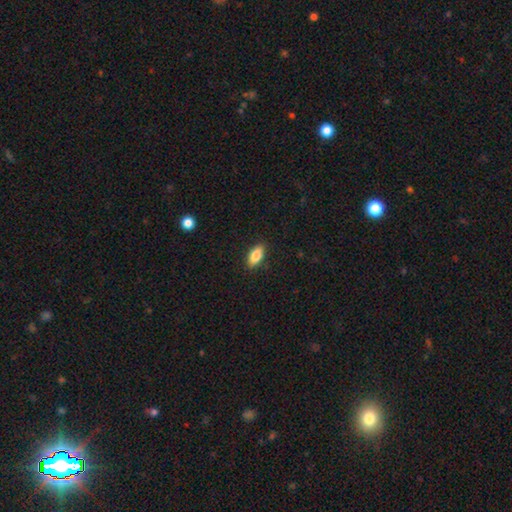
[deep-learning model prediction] Smooth or featured? Predicted: smooth (p=0.85). How rounded? Predicted: in between (p=0.88). Merging? Predicted: none (p=0.88).